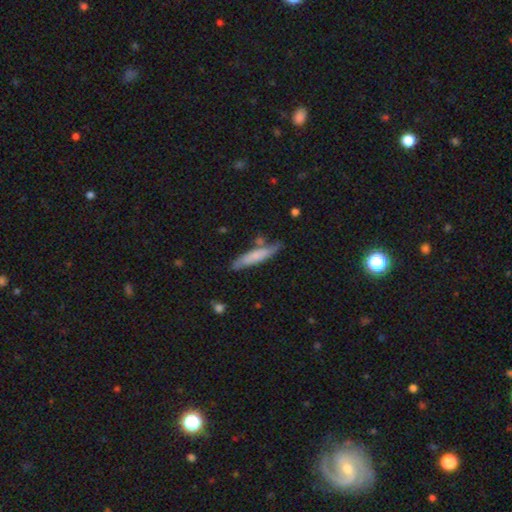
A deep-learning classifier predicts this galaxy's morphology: This is likely a smooth galaxy (65%). How rounded: clearly cigar-shaped (85%). Merging: likely none (71%).